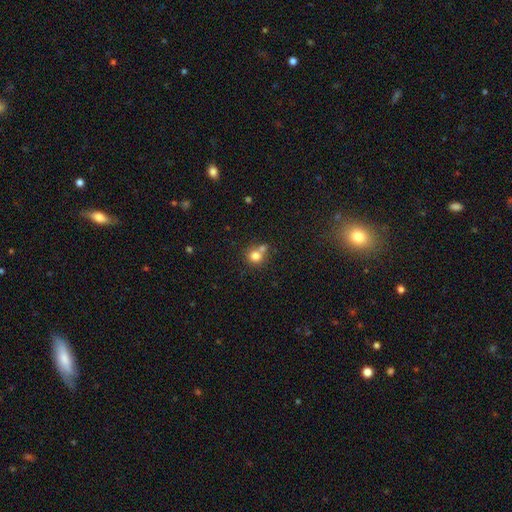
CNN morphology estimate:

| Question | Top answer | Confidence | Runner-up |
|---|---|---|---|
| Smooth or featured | smooth | 78% | star or artifact (12%) |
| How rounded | round | 84% | in between (16%) |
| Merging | none | 48% | merger (39%) |